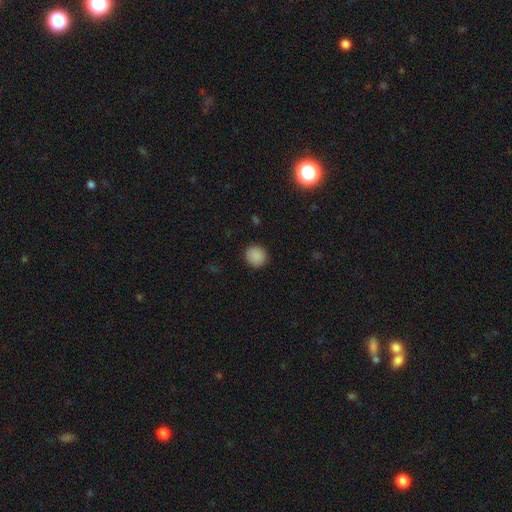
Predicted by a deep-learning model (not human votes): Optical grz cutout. It shows a smooth galaxy with no disk features (88%) that is round (93%). Merging: none (91%).